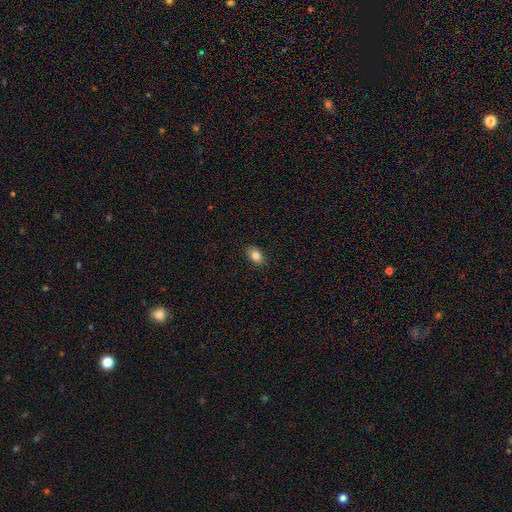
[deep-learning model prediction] Overall: smooth (83%). How rounded: in between (83%). Merging: none (88%).